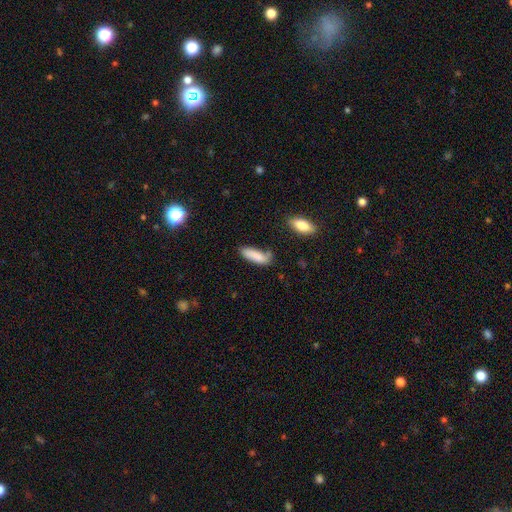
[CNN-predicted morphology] Q: Smooth or featured?
A: smooth (85%); runner-up: featured or disk (8%)
Q: How rounded?
A: in between (53%); runner-up: cigar-shaped (46%)
Q: Merging?
A: none (61%); runner-up: minor disturbance (26%)